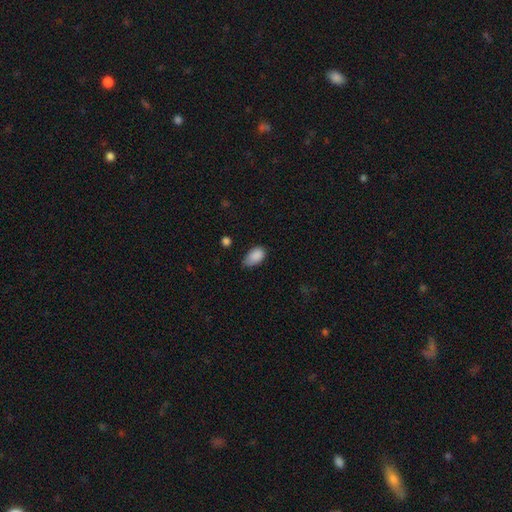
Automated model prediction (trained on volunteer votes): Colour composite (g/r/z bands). It shows a smooth galaxy with no disk features (88%) that is in between round and cigar-shaped (91%). Merging: none (53%).